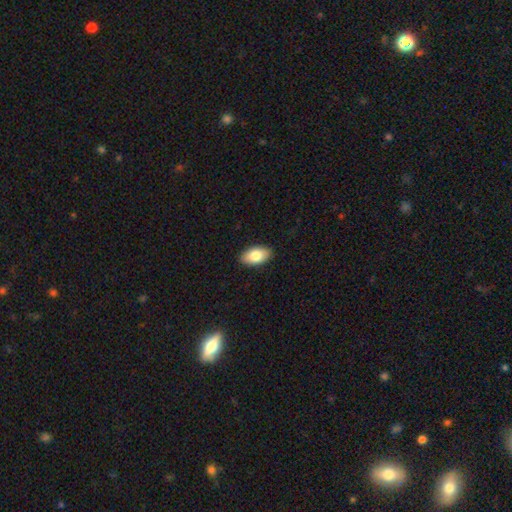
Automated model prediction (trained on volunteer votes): Smooth or featured?
  - smooth: 83% *
  - featured or disk: 11%
  - star or artifact: 6%
How rounded?
  - in between: 94% *
  - round: 4%
  - cigar-shaped: 2%
Merging?
  - none: 90% *
  - minor disturbance: 8%
  - major disturbance: 2%
  - merger: 1%